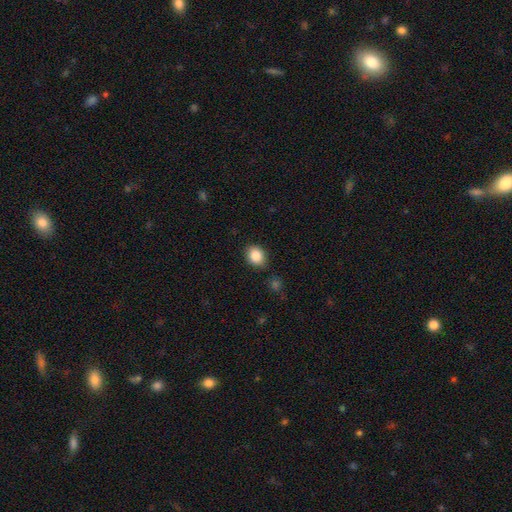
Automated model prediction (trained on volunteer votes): A smooth galaxy with no disk features (87%) that is round (51%).

Vote fractions:
- Smooth or featured? smooth: 87% / star or artifact: 9% / featured or disk: 4%
- How rounded? round: 51% / in between: 49% / cigar-shaped: 1%
- Merging? none: 84% / minor disturbance: 10% / major disturbance: 3% / merger: 2%